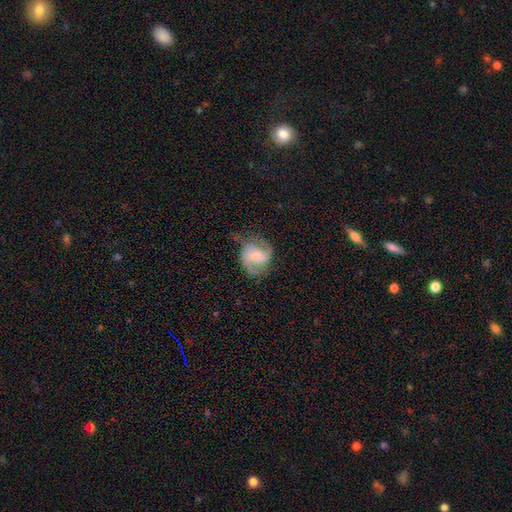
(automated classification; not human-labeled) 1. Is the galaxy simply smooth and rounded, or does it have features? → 73% featured or disk, 21% smooth, 7% star or artifact.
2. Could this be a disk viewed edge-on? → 97% no, 3% yes.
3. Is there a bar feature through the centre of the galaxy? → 42% weak (tied), 42% no (tied), 17% strong.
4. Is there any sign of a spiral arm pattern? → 92% yes, 8% no.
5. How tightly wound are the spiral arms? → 49% medium, 28% loose, 23% tight.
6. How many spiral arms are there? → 82% 2, 8% can't tell, 4% 3, 3% 1, 1% 4, 1% more than 4.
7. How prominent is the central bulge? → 52% small, 42% moderate, 3% large, 3% none, 1% dominant.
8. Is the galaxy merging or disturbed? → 58% none, 25% minor disturbance, 15% major disturbance, 2% merger.